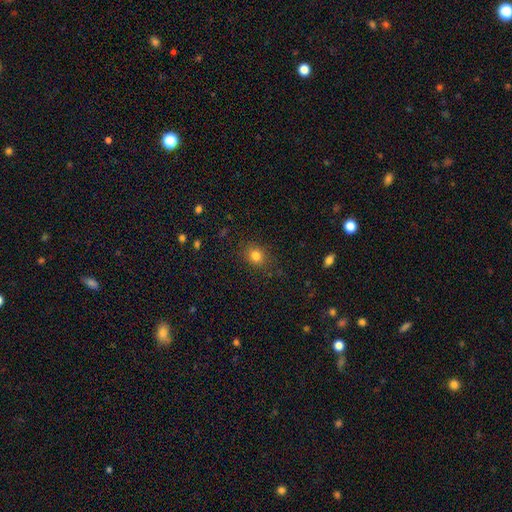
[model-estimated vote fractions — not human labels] This is clearly a smooth galaxy (81%). How rounded: likely round (62%). Merging: clearly none (85%).